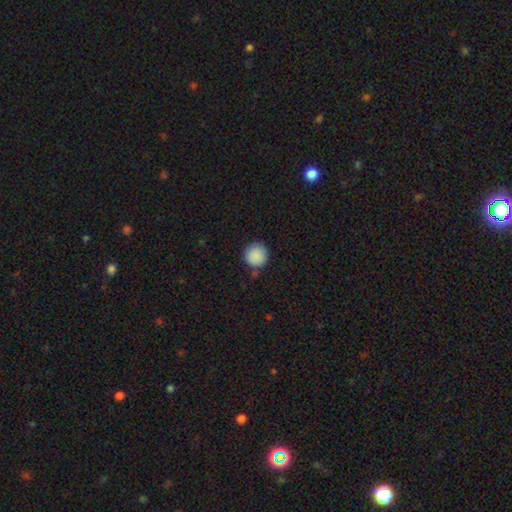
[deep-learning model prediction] smooth-or-featured: smooth: 89% | star or artifact: 8% | featured or disk: 3%
  how-rounded: round: 93% | in between: 6% | cigar-shaped: 1%
  merging: none: 80% | minor disturbance: 13% | merger: 3% | major disturbance: 3%